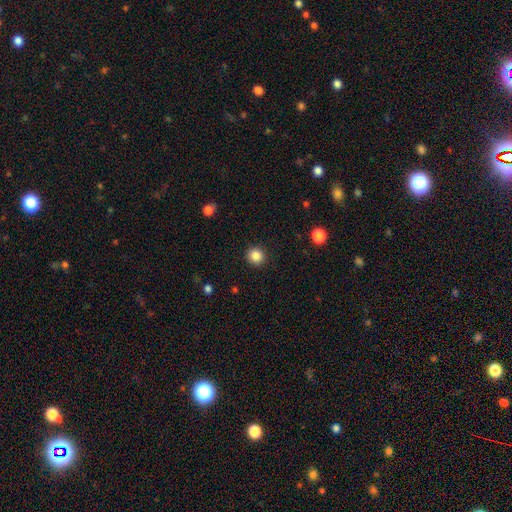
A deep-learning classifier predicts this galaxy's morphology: Smooth or featured: smooth — 85% (star or artifact — 11%)
How rounded: round — 91% (in between — 8%)
Merging: none — 92% (minor disturbance — 5%)